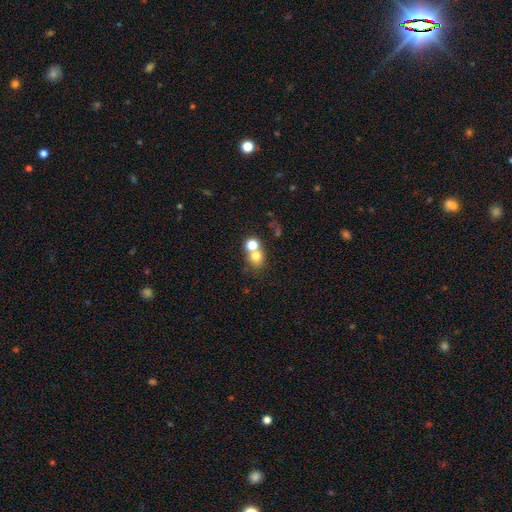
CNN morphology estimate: Smooth or featured? smooth (72%)
How rounded? round (76%)
Merging? none (45%)